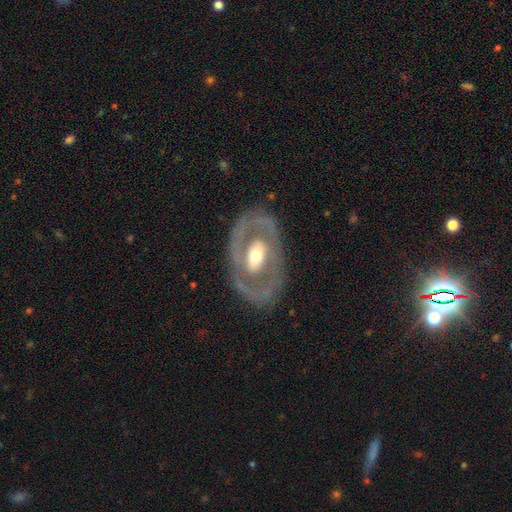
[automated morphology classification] type=featured or disk (71%); edge-on=no (92%); bar=no (58%); spiral arms=no (67%); bulge=moderate (65%); merging=none (78%).